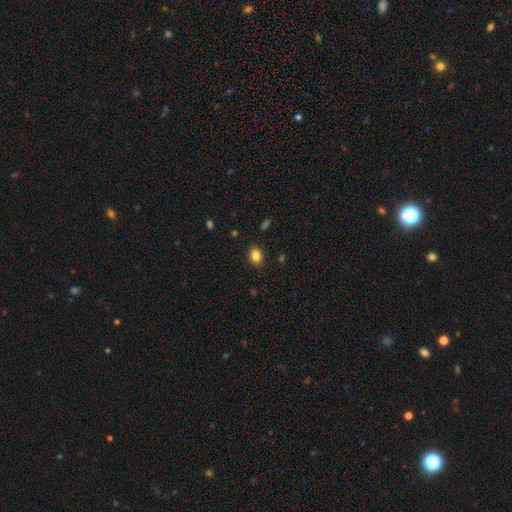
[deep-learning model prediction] smooth_or_featured: smooth (p=0.84) [alt: star or artifact p=0.10]
how_rounded: in between (p=0.62) [alt: round p=0.37]
merging: none (p=0.88) [alt: minor disturbance p=0.08]